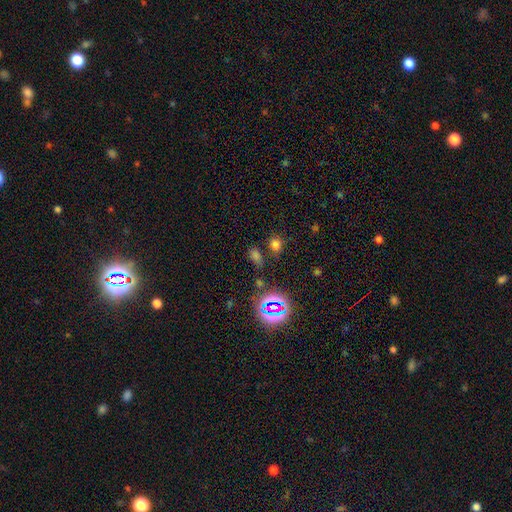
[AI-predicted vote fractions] Q: Smooth or featured?
A: smooth (48%); runner-up: star or artifact (43%)
Q: Merging?
A: none (70%); runner-up: merger (13%)